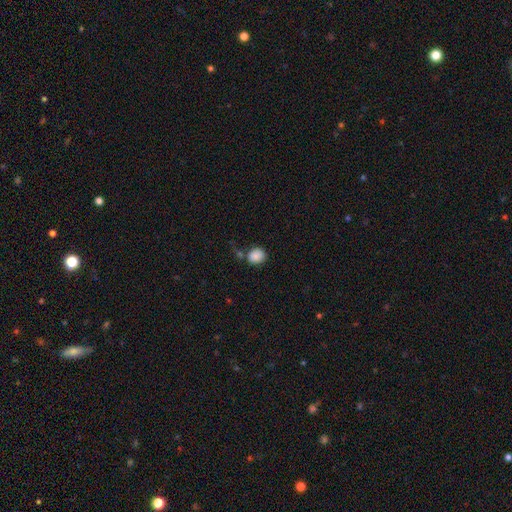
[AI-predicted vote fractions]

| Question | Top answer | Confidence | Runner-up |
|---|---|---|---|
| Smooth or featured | smooth | 87% | star or artifact (9%) |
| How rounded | round | 67% | in between (33%) |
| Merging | none | 68% | minor disturbance (16%) |